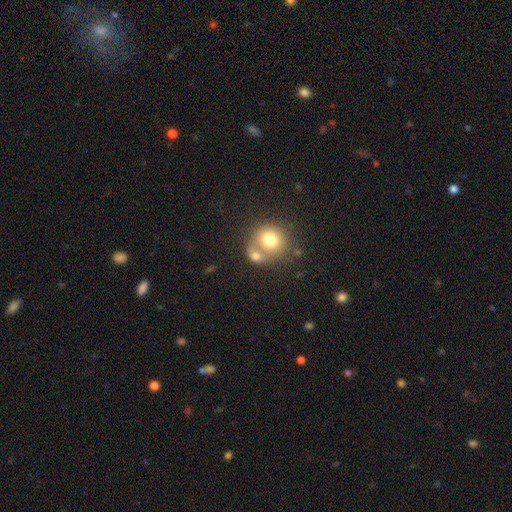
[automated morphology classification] smooth-or-featured: smooth: 72% | featured or disk: 18% | star or artifact: 9%
  how-rounded: round: 77% | in between: 22% | cigar-shaped: 1%
  merging: merger: 56% | none: 29% | minor disturbance: 9% | major disturbance: 6%